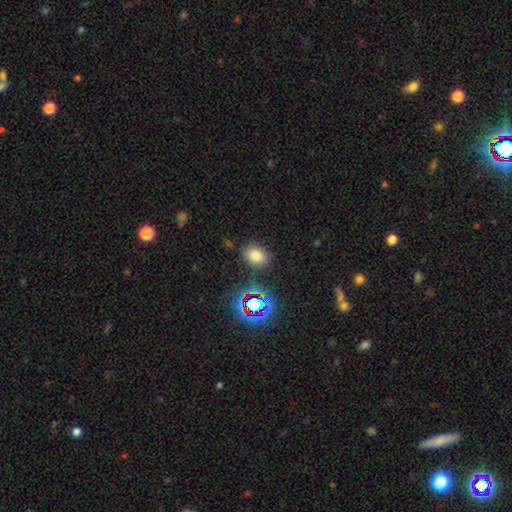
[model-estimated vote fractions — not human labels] smooth-or-featured: smooth: 74% | star or artifact: 19% | featured or disk: 7%
  how-rounded: in between: 61% | round: 37% | cigar-shaped: 1%
  merging: none: 82% | minor disturbance: 12% | major disturbance: 4% | merger: 3%